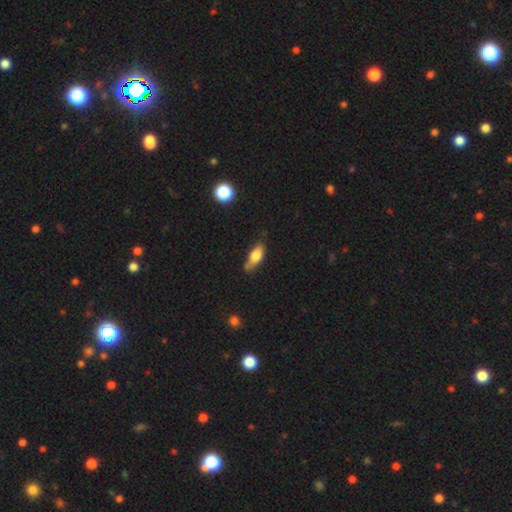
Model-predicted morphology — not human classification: A smooth galaxy with no disk features (75%) that is in between round and cigar-shaped (77%).

Vote fractions:
- Smooth or featured? smooth: 75% / featured or disk: 17% / star or artifact: 8%
- How rounded? in between: 77% / cigar-shaped: 20% / round: 4%
- Merging? none: 57% / minor disturbance: 30% / merger: 7% / major disturbance: 7%